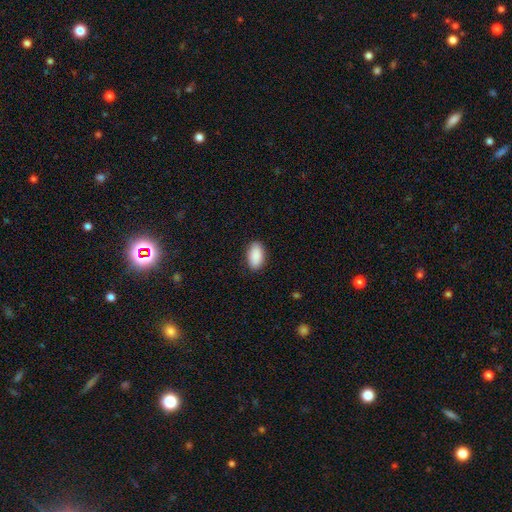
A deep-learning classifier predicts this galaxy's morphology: Smooth or featured?
  - smooth: 91% *
  - star or artifact: 6%
  - featured or disk: 3%
How rounded?
  - in between: 95% *
  - round: 3%
  - cigar-shaped: 2%
Merging?
  - none: 89% *
  - minor disturbance: 8%
  - major disturbance: 2%
  - merger: 1%